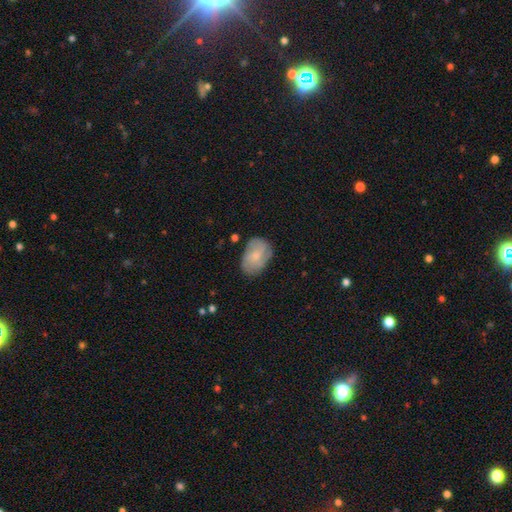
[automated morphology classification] This appears to be a smooth galaxy with no disk features (58%) that is in between round and cigar-shaped (83%). Merging: none (63%).